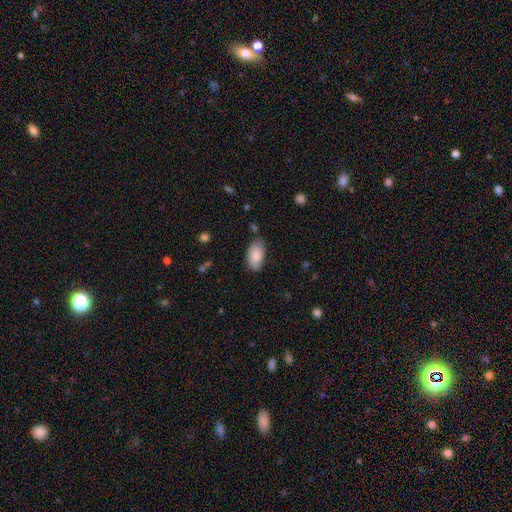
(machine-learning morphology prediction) The model was most divided on "merging": none: 76%, minor disturbance: 19%, major disturbance: 3%, merger: 2%. More confident: how rounded — in between (95%); smooth or featured — smooth (85%).